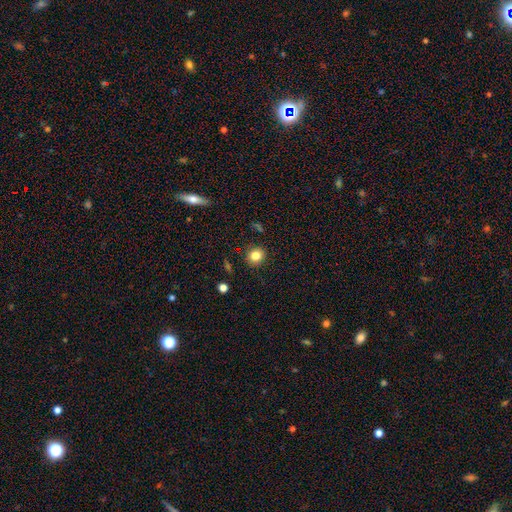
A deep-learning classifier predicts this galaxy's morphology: Smooth or featured? Predicted: smooth (p=0.82). How rounded? Predicted: round (p=0.85). Merging? Predicted: none (p=0.89).